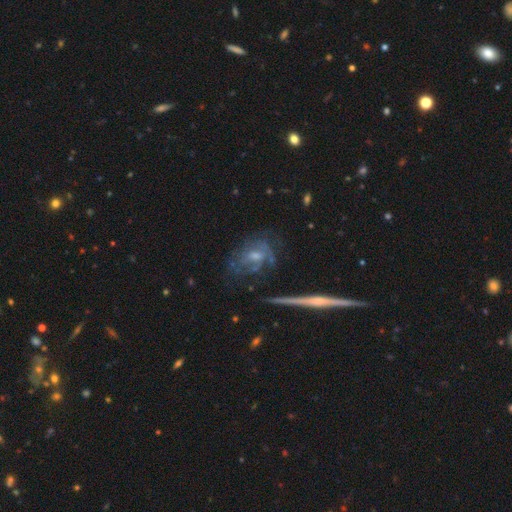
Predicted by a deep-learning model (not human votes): Smooth or featured?
  - featured or disk: 68% *
  - smooth: 22%
  - star or artifact: 10%
Edge-on disk?
  - no: 84% *
  - yes: 16%
Bar?
  - no: 62% *
  - weak: 30%
  - strong: 7%
Spiral arms?
  - yes: 64% *
  - no: 36%
Bulge size?
  - moderate: 49% *
  - small: 32%
  - none: 11%
  - large: 6%
  - dominant: 1%
Merging?
  - none: 58% *
  - minor disturbance: 21%
  - major disturbance: 16%
  - merger: 5%